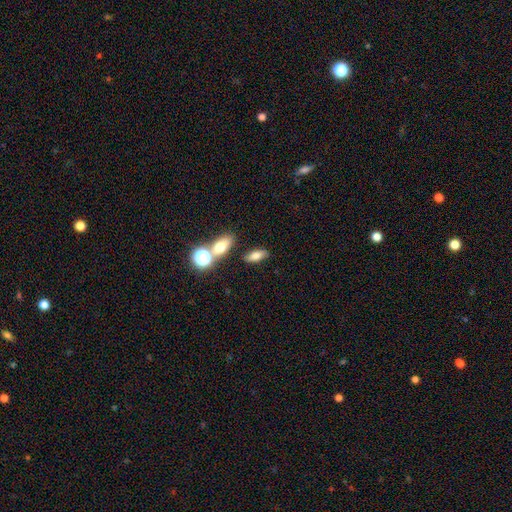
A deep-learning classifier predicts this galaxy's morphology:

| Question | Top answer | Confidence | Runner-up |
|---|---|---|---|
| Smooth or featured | smooth | 73% | featured or disk (16%) |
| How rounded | in between | 79% | cigar-shaped (13%) |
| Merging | none | 78% | minor disturbance (10%) |